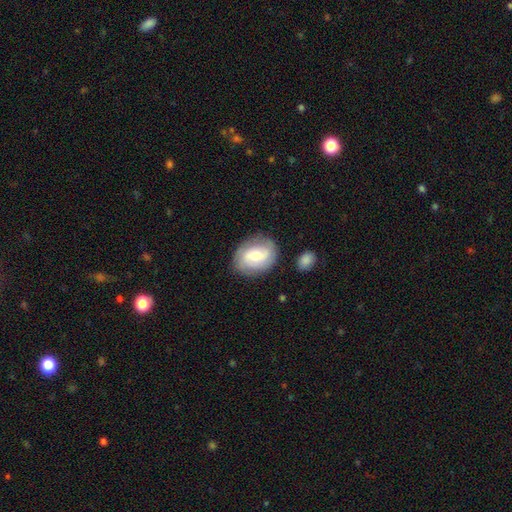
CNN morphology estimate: smooth-or-featured: featured or disk: 47% | smooth: 46% | star or artifact: 7%
  merging: none: 77% | minor disturbance: 15% | major disturbance: 5% | merger: 3%